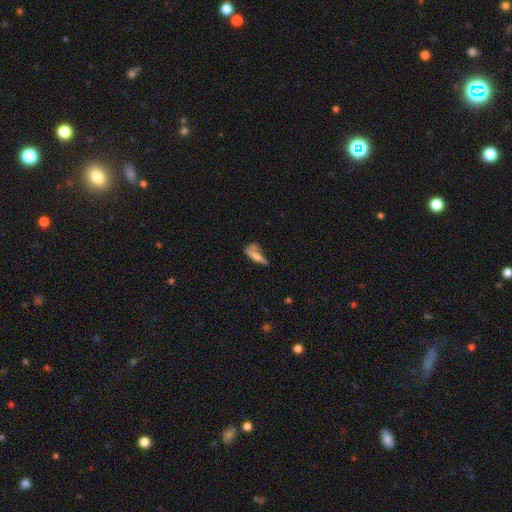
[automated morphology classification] type=smooth (61%); roundness=cigar-shaped (64%); merging=none (36%).